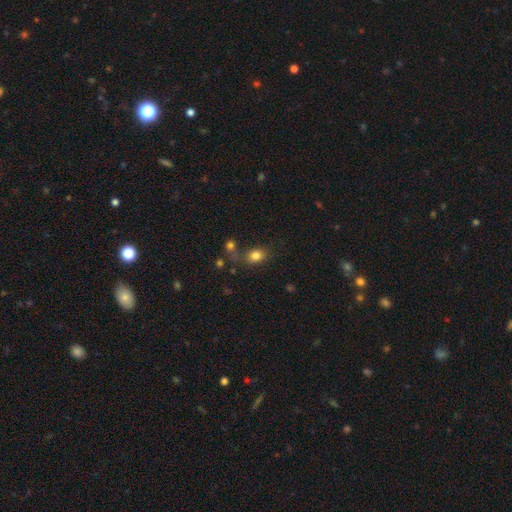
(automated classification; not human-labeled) smooth-or-featured: smooth: 82% | star or artifact: 11% | featured or disk: 7%
  how-rounded: in between: 51% | round: 48% | cigar-shaped: 1%
  merging: none: 60% | merger: 16% | minor disturbance: 15% | major disturbance: 8%